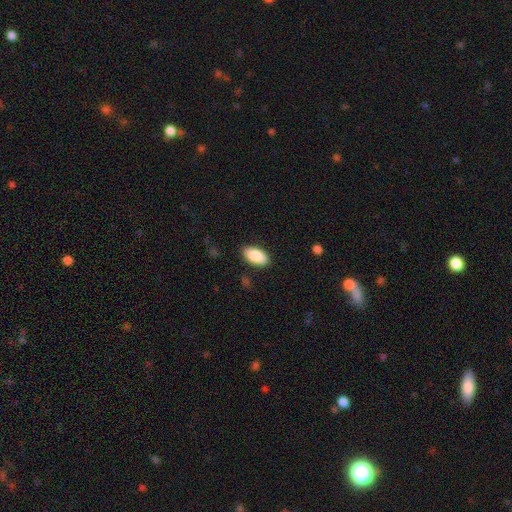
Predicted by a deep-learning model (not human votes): Smooth or featured? smooth (89%)
How rounded? in between (94%)
Merging? none (87%)